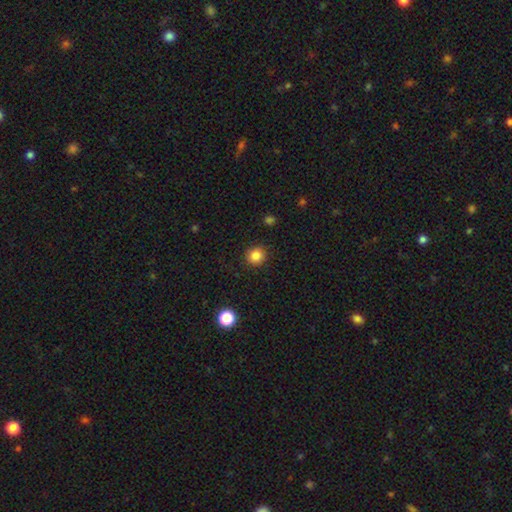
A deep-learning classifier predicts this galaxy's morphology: A smooth galaxy with no disk features (85%) that is round (91%).

Vote fractions:
- Smooth or featured? smooth: 85% / star or artifact: 11% / featured or disk: 4%
- How rounded? round: 91% / in between: 8% / cigar-shaped: 1%
- Merging? none: 91% / minor disturbance: 6% / major disturbance: 2% / merger: 1%